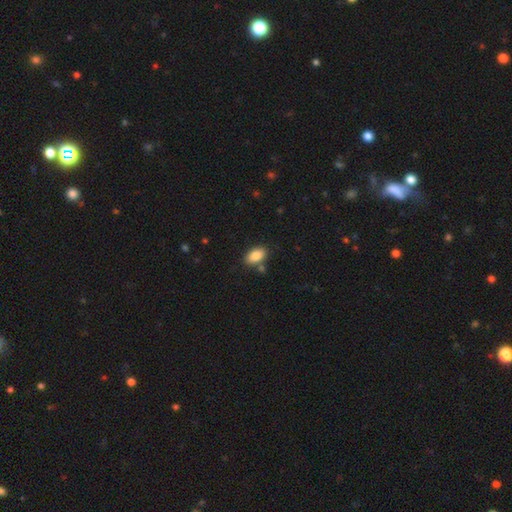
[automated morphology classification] Smooth or featured?
  - smooth: 85% *
  - featured or disk: 8%
  - star or artifact: 7%
How rounded?
  - in between: 92% *
  - round: 6%
  - cigar-shaped: 2%
Merging?
  - none: 79% *
  - minor disturbance: 11%
  - merger: 7%
  - major disturbance: 3%